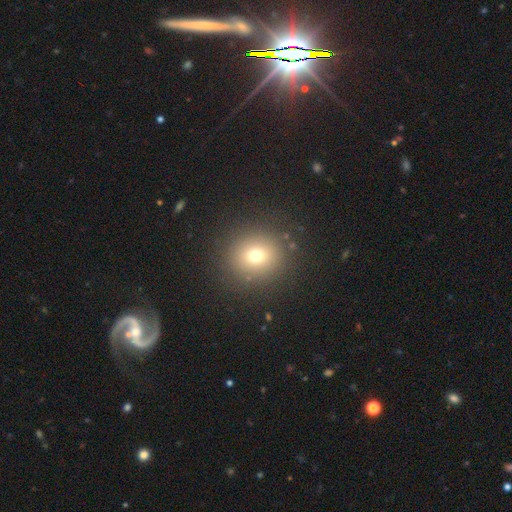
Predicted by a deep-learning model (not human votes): The model was most divided on "smooth or featured": smooth: 71%, star or artifact: 17%, featured or disk: 11%. More confident: merging — none (88%); how rounded — round (88%).